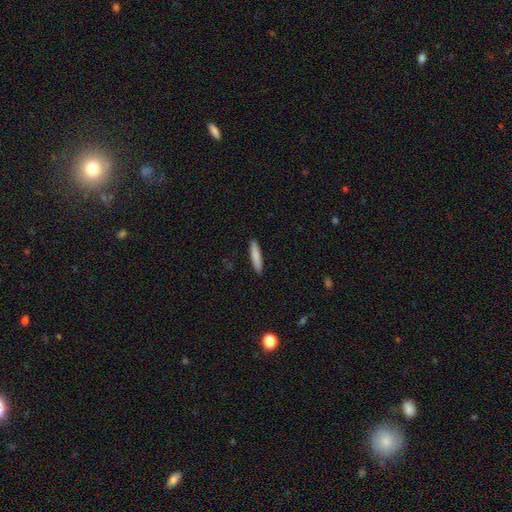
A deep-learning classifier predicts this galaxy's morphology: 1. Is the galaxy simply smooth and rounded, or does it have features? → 83% smooth, 11% featured or disk, 5% star or artifact.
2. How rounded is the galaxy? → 89% cigar-shaped, 10% in between, 1% round.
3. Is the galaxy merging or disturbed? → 91% none, 6% minor disturbance, 1% major disturbance, 1% merger.